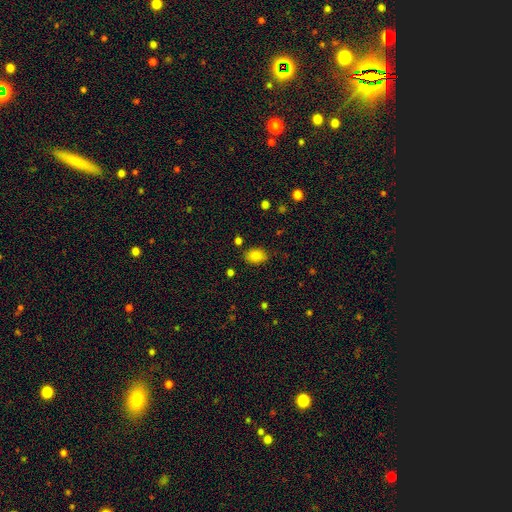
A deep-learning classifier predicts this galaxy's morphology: Overall: smooth (85%). How rounded: in between (76%). Merging: none (82%).